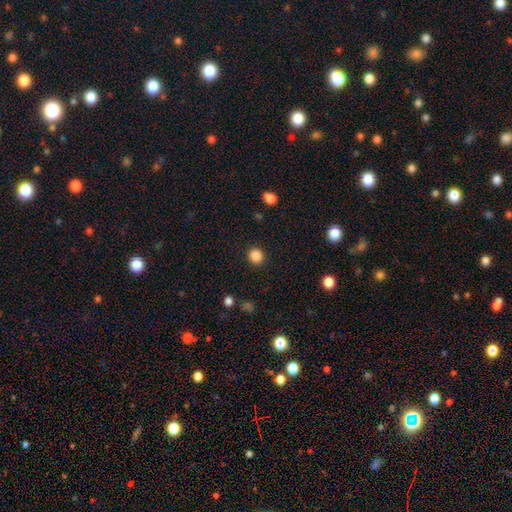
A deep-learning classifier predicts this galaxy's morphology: A smooth galaxy with no disk features (86%) that is round (84%). Merging: none (90%).